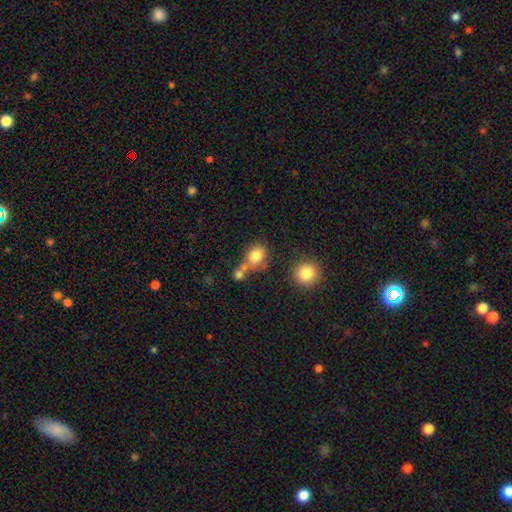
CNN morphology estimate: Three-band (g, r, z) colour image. It shows a smooth galaxy with no disk features (80%) that is round (54%). Merging: none (50%).